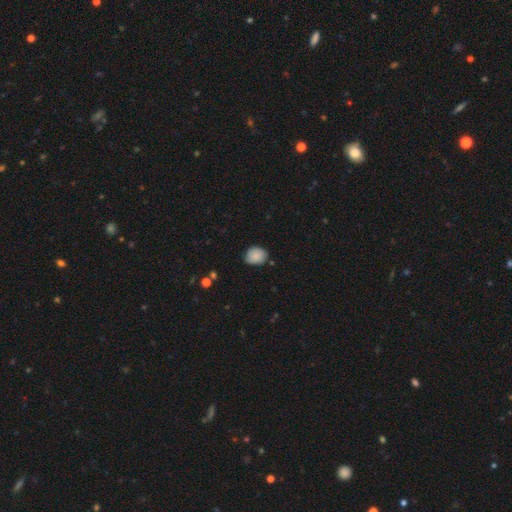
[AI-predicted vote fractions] The model was most divided on "how rounded": round: 57%, in between: 42%, cigar-shaped: 1%. More confident: smooth or featured — smooth (86%); merging — none (75%).